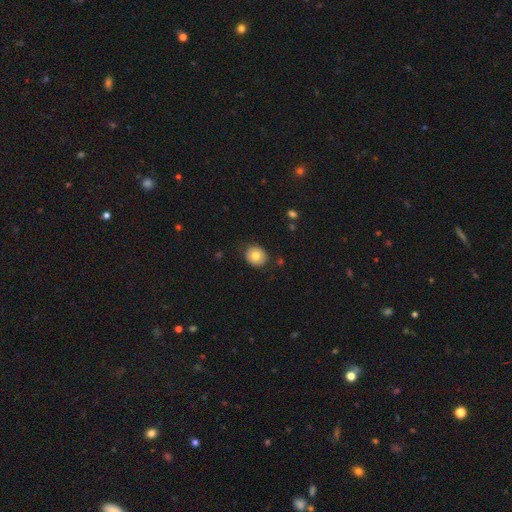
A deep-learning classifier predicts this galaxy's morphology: Smooth or featured? Predicted: smooth (p=0.76). How rounded? Predicted: round (p=0.82). Merging? Predicted: none (p=0.86).